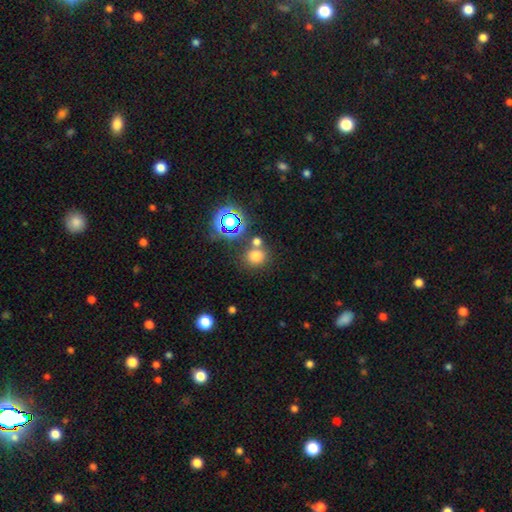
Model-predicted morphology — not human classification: smooth-or-featured: smooth: 70% | star or artifact: 22% | featured or disk: 8%
  how-rounded: round: 78% | in between: 21% | cigar-shaped: 1%
  merging: none: 65% | merger: 21% | minor disturbance: 10% | major disturbance: 4%